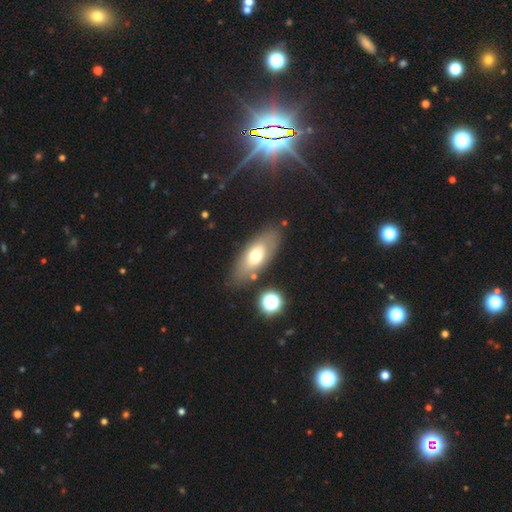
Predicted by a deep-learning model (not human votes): Smooth or featured? smooth (61%)
How rounded? in between (81%)
Merging? none (79%)